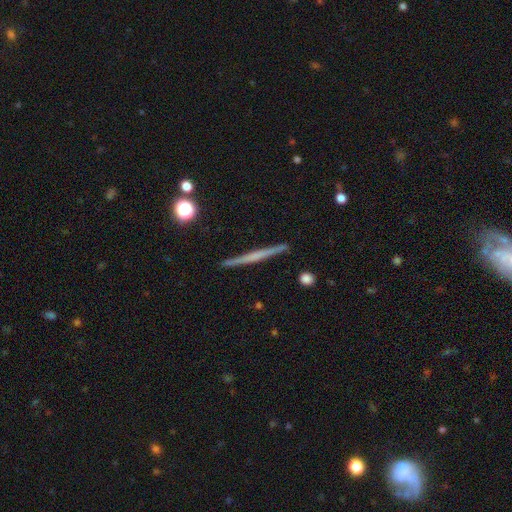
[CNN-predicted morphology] featured or disk 62%, smooth 32%, star or artifact 7%. Down the decision tree: edge-on disk — yes (98%); edge-on bulge — none (72%); merging — none (92%).